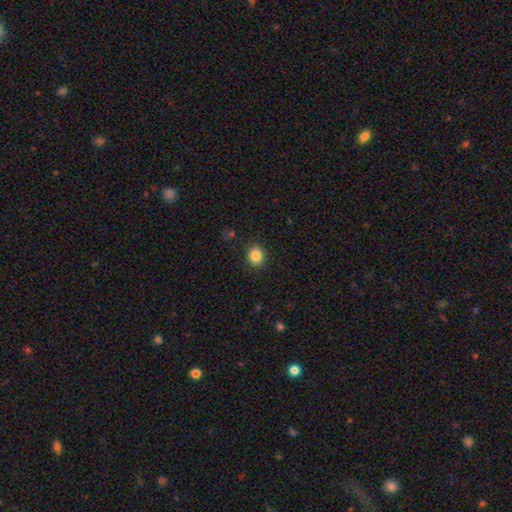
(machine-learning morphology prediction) Smooth or featured: smooth — 85% (star or artifact — 10%)
How rounded: round — 64% (in between — 35%)
Merging: none — 89% (minor disturbance — 8%)